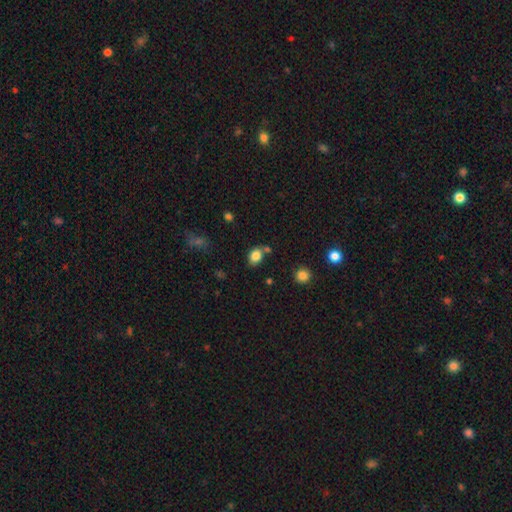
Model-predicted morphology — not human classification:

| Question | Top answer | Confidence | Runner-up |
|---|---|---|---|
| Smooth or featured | smooth | 83% | star or artifact (10%) |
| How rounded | in between | 66% | round (33%) |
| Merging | none | 65% | minor disturbance (15%) |